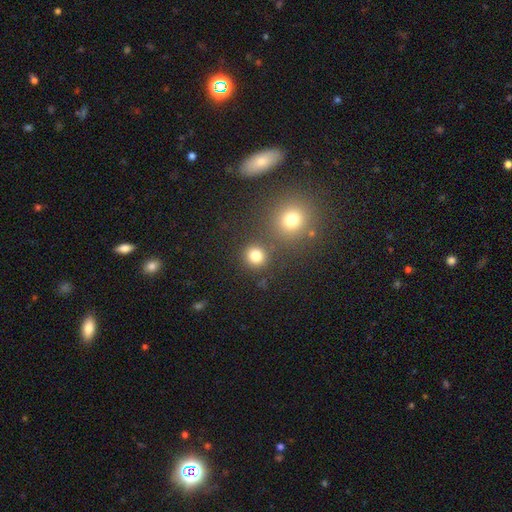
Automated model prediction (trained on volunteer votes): A smooth galaxy with no disk features (79%) that is round (89%).

Vote fractions:
- Smooth or featured? smooth: 79% / star or artifact: 16% / featured or disk: 5%
- How rounded? round: 89% / in between: 10% / cigar-shaped: 1%
- Merging? none: 79% / merger: 10% / minor disturbance: 7% / major disturbance: 3%